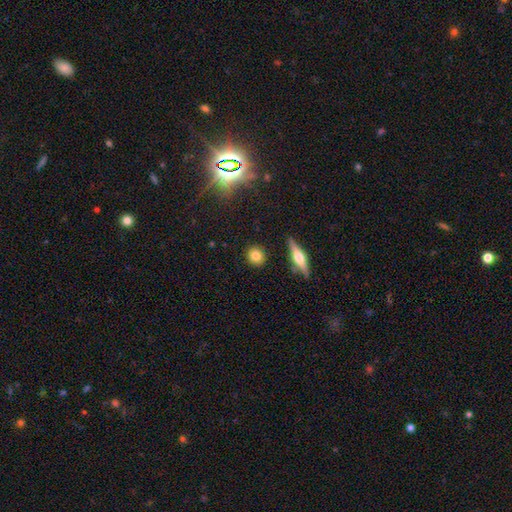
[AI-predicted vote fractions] smooth-or-featured: smooth: 80% | featured or disk: 11% | star or artifact: 10%
  how-rounded: round: 84% | in between: 13% | cigar-shaped: 3%
  merging: none: 89% | minor disturbance: 7% | major disturbance: 2% | merger: 2%